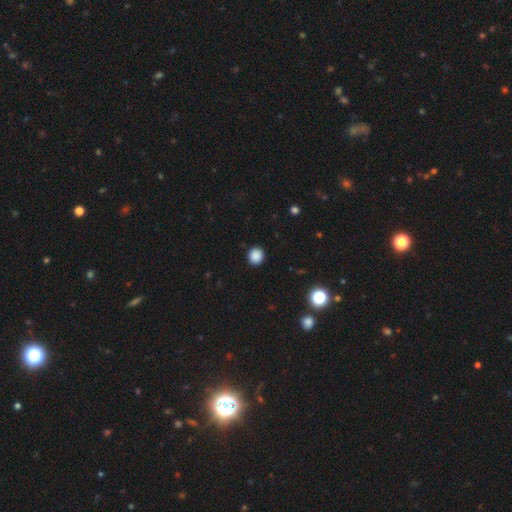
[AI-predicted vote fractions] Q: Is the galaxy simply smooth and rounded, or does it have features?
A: smooth — 87%.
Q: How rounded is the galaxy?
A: round — 90%.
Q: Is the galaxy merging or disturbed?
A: none — 92%.